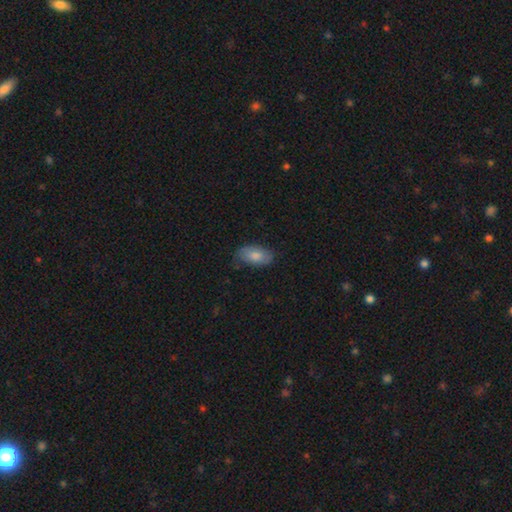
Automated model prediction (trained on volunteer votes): A smooth galaxy with no disk features (79%) that is in between round and cigar-shaped (93%).

Vote fractions:
- Smooth or featured? smooth: 79% / featured or disk: 14% / star or artifact: 7%
- How rounded? in between: 93% / round: 4% / cigar-shaped: 3%
- Merging? none: 74% / minor disturbance: 21% / major disturbance: 4% / merger: 1%